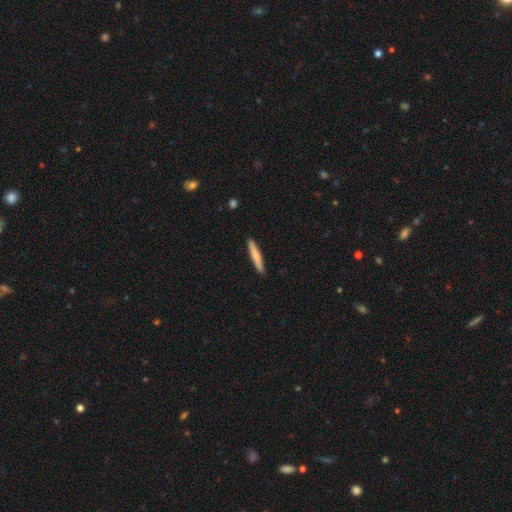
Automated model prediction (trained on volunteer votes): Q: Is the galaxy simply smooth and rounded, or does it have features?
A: smooth — 70%.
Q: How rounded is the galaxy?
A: cigar-shaped — 94%.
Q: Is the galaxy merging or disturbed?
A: none — 91%.